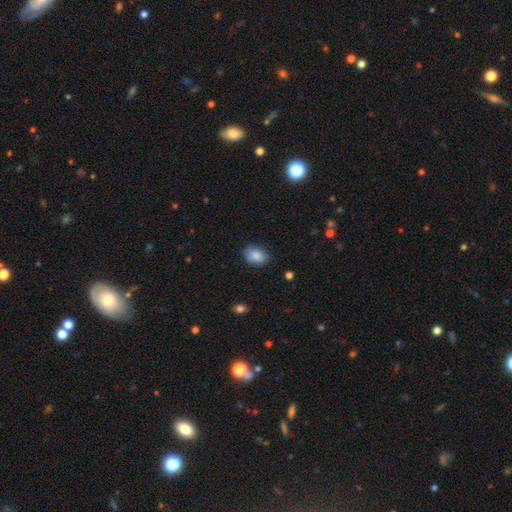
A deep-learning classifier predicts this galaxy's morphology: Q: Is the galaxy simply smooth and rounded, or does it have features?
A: smooth — 87%.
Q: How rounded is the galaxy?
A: in between — 69%.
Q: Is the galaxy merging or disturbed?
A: none — 78%.